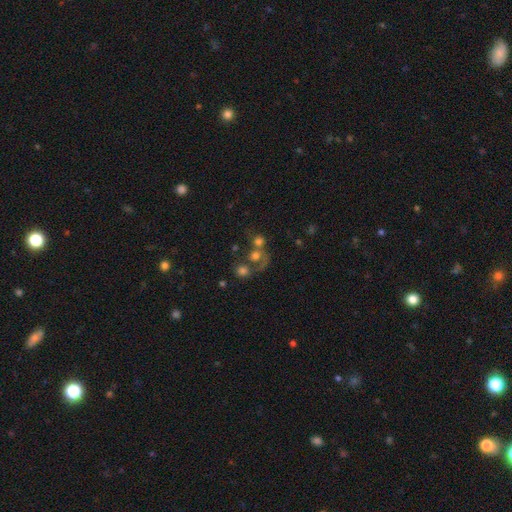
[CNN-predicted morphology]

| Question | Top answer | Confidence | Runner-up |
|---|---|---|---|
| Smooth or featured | smooth | 54% | featured or disk (31%) |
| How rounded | round | 80% | in between (18%) |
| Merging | merger | 53% | none (26%) |